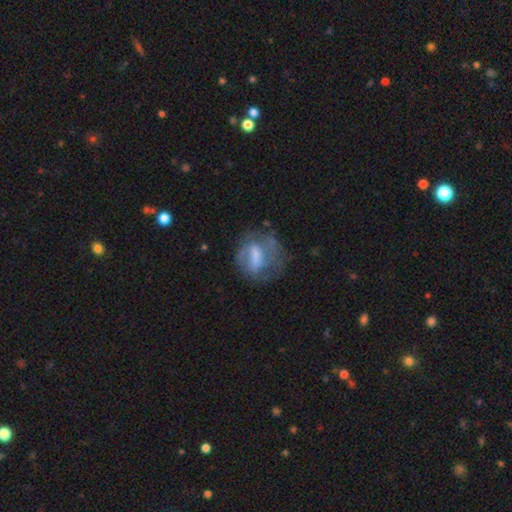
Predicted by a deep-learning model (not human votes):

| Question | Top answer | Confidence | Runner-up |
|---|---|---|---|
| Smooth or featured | featured or disk | 53% | smooth (37%) |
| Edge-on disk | no | 95% | yes (5%) |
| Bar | weak | 40% | strong (32%) |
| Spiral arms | no | 52% | yes (48%) |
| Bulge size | moderate | 32% | none (31%) |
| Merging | none | 49% | minor disturbance (24%) |